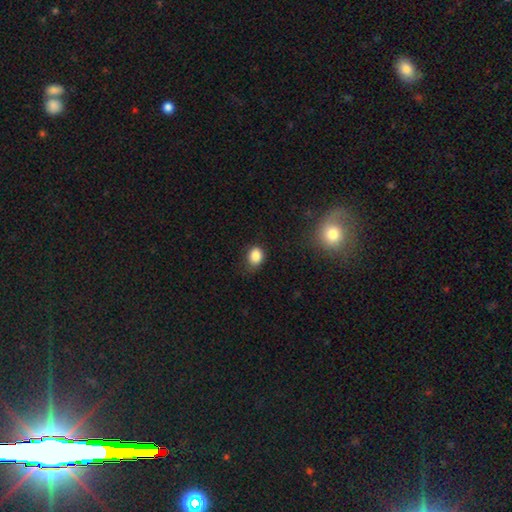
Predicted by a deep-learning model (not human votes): smooth 85%, star or artifact 10%, featured or disk 4%. Down the decision tree: how rounded — round (52%); merging — none (66%).